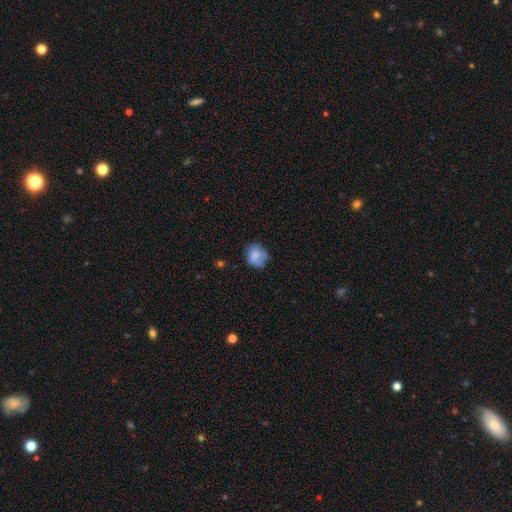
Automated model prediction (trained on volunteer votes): Smooth or featured: smooth — 74% (featured or disk — 17%)
How rounded: round — 70% (in between — 29%)
Merging: none — 57% (minor disturbance — 27%)